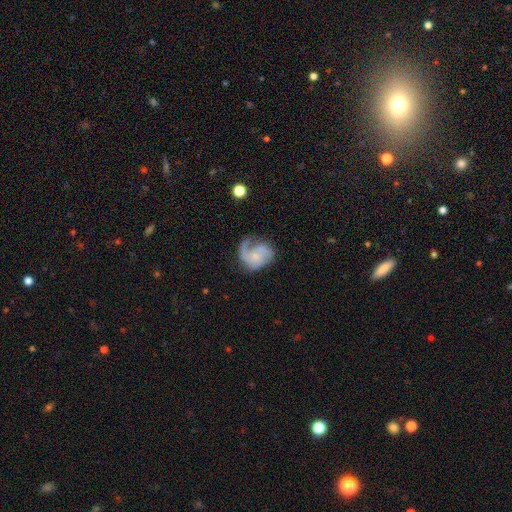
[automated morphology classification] Overall: featured or disk (76%). Edge-on disk: no (98%). Bar: no (74%). Spiral arms: yes (92%). Spiral arm count: 2 (38%; 1 35%). Spiral winding: medium (45%; loose 29%). Bulge size: small (62%). Merging: none (47%; major disturbance 26%).